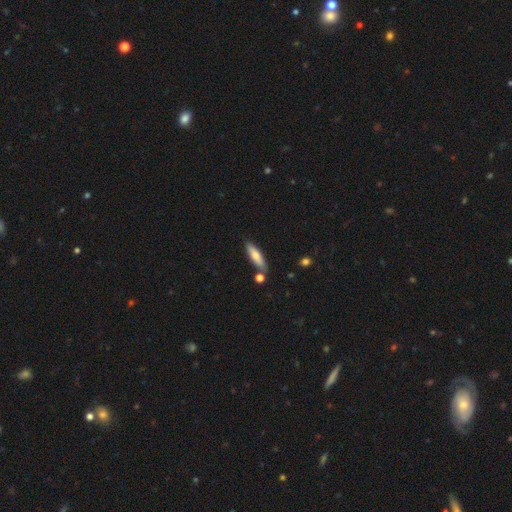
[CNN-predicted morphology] This is likely a smooth galaxy (69%). How rounded: likely cigar-shaped (66%). Merging: likely none (78%).